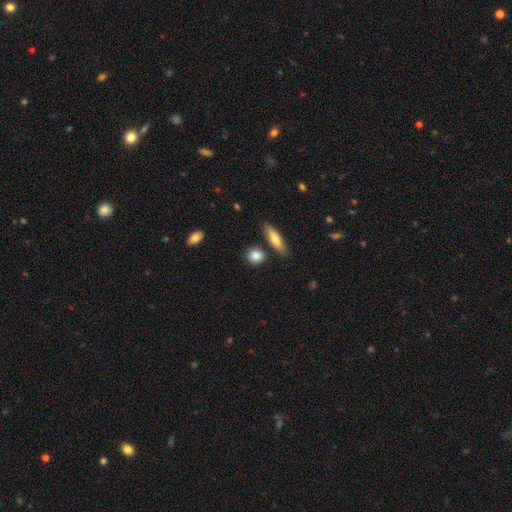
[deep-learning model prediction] Q: Smooth or featured?
A: smooth (85%); runner-up: featured or disk (8%)
Q: How rounded?
A: round (64%); runner-up: in between (29%)
Q: Merging?
A: none (79%); runner-up: minor disturbance (11%)